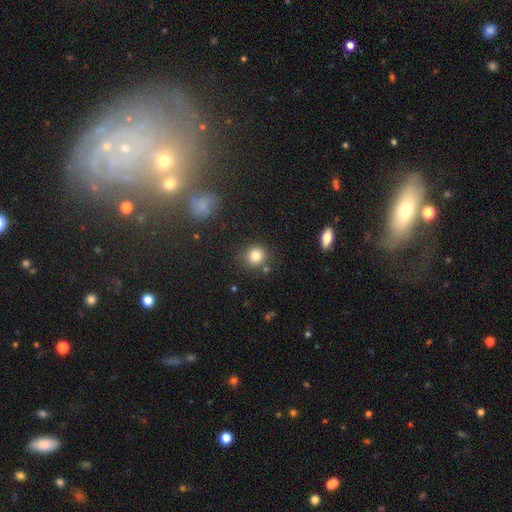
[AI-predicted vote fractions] smooth_or_featured: smooth (p=0.82) [alt: star or artifact p=0.11]
how_rounded: round (p=0.87) [alt: in between p=0.12]
merging: none (p=0.81) [alt: minor disturbance p=0.10]